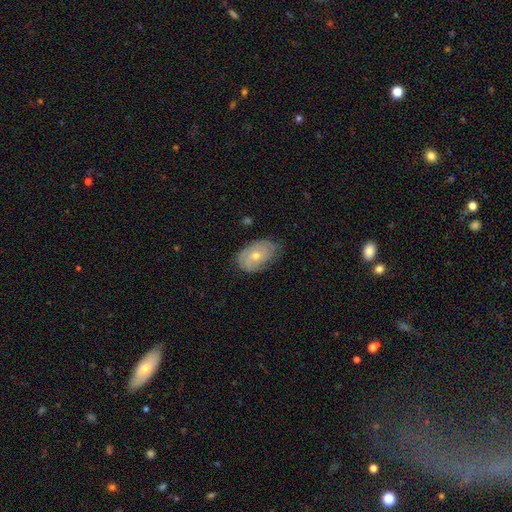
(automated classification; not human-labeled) smooth_or_featured: featured or disk (p=0.58) [alt: smooth p=0.33]
disk_edge_on: no (p=0.93) [alt: yes p=0.07]
bar: no (p=0.80) [alt: weak p=0.17]
has_spiral_arms: yes (p=0.75) [alt: no p=0.25]
bulge_size: moderate (p=0.55) [alt: small p=0.41]
merging: none (p=0.70) [alt: minor disturbance p=0.23]